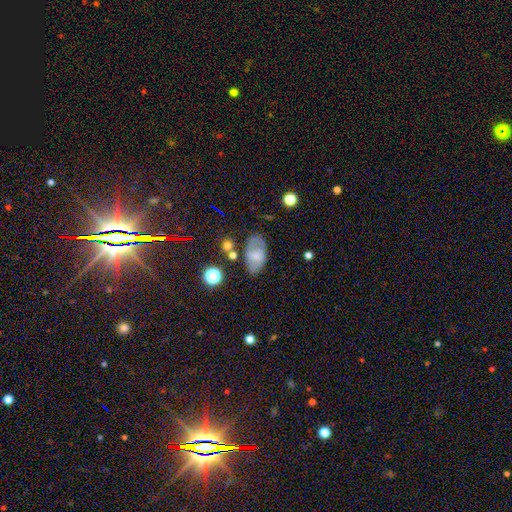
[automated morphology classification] Smooth or featured?
  - smooth: 56% *
  - featured or disk: 33%
  - star or artifact: 11%
How rounded?
  - in between: 92% *
  - round: 6%
  - cigar-shaped: 2%
Merging?
  - none: 64% *
  - minor disturbance: 22%
  - major disturbance: 9%
  - merger: 5%